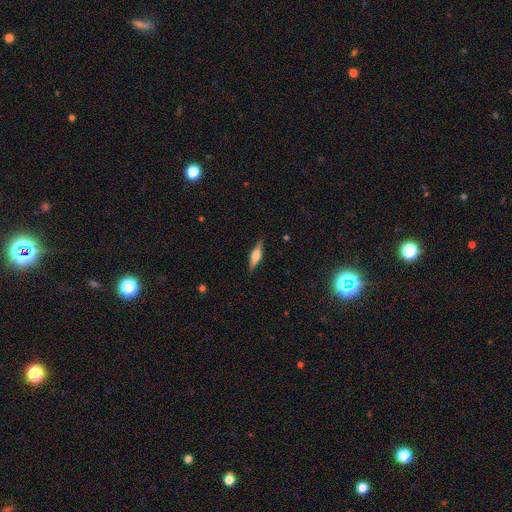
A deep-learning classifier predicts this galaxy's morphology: Smooth or featured? featured or disk (57%)
Edge-on disk? yes (96%)
Edge-on bulge? rounded (78%)
Merging? none (88%)